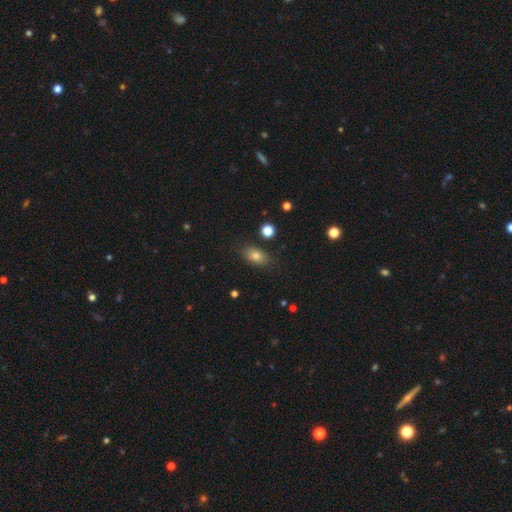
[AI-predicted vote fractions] A smooth galaxy with no disk features (76%) that is in between round and cigar-shaped (82%). Merging: none (83%).